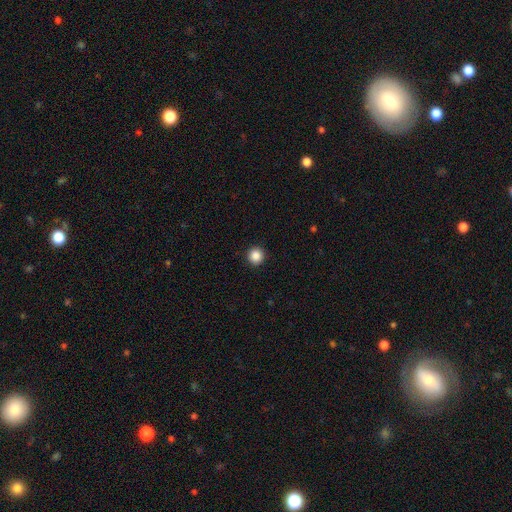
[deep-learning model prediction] Overall: smooth (87%). How rounded: round (95%). Merging: none (93%).